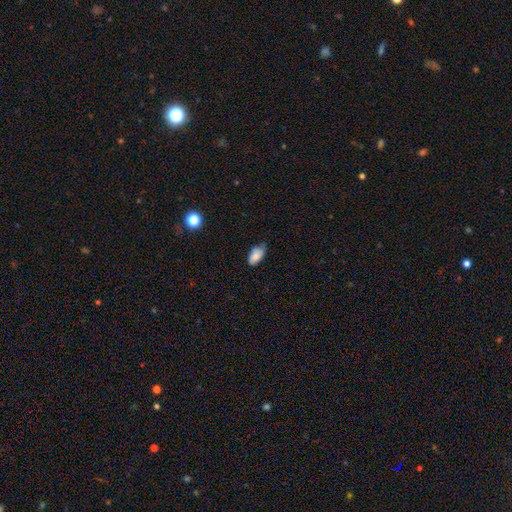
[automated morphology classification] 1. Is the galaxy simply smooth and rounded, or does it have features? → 81% smooth, 11% featured or disk, 8% star or artifact.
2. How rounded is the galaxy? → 93% in between, 4% round, 3% cigar-shaped.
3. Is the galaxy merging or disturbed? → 63% none, 31% minor disturbance, 5% major disturbance, 1% merger.